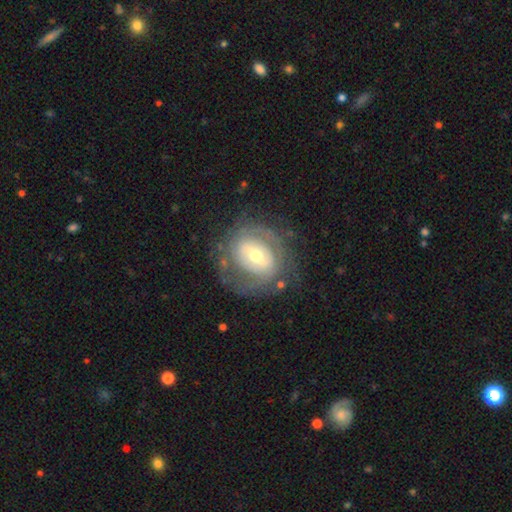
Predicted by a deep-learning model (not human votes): This is likely a featured or disk galaxy (77%). It is clearly not viewed edge-on (96%). Bar: marginally weak (43%). Spiral arm pattern: likely yes (72%). Spiral arm count: possibly 2 (45%). Spiral winding: possibly tight (59%). Central bulge: possibly moderate (60%). Merging: likely none (68%).